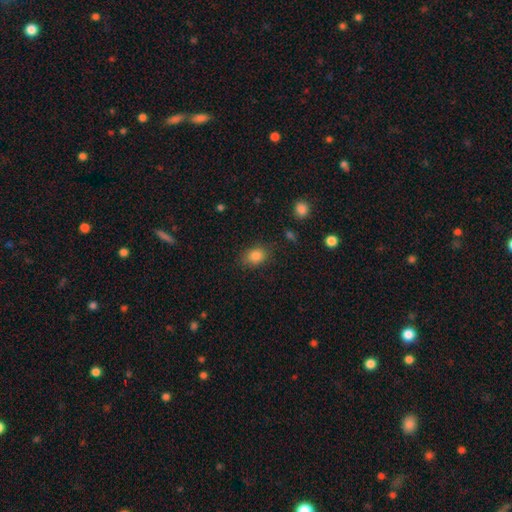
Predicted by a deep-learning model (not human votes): A smooth galaxy with no disk features (85%) that is in between round and cigar-shaped (64%). Merging: none (80%).